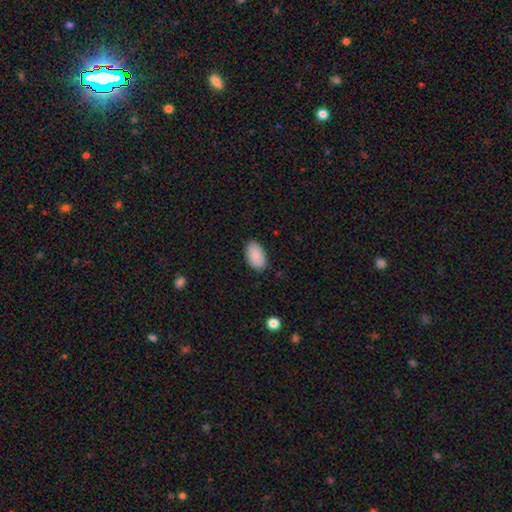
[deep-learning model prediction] Q: Smooth or featured?
A: smooth (88%); runner-up: star or artifact (6%)
Q: How rounded?
A: in between (94%); runner-up: round (5%)
Q: Merging?
A: none (86%); runner-up: minor disturbance (11%)